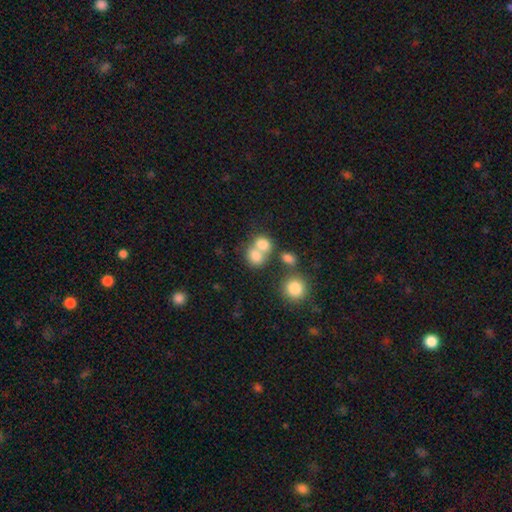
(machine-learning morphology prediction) Smooth or featured? smooth (76%)
How rounded? round (65%)
Merging? merger (56%)